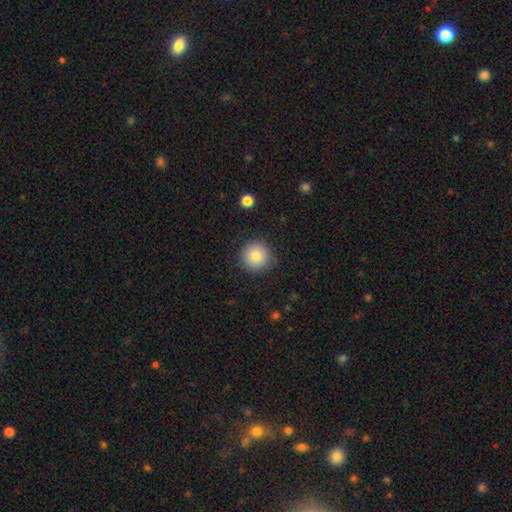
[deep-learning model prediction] Q: Smooth or featured?
A: smooth (82%); runner-up: star or artifact (10%)
Q: How rounded?
A: round (95%); runner-up: in between (4%)
Q: Merging?
A: none (89%); runner-up: minor disturbance (8%)